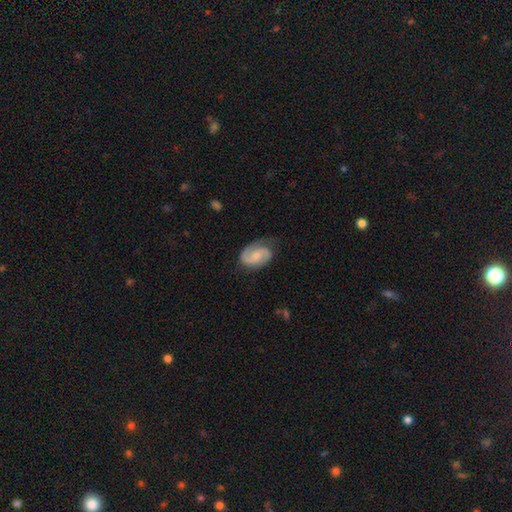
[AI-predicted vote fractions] Smooth or featured? Predicted: featured or disk (p=0.73). Edge-on disk? Predicted: no (p=0.98). Bar? Predicted: no (p=0.53). Spiral arms? Predicted: yes (p=0.96). Spiral winding? Predicted: medium (p=0.49). Spiral arm count? Predicted: 2 (p=0.83). Bulge size? Predicted: small (p=0.36). Merging? Predicted: none (p=0.67).